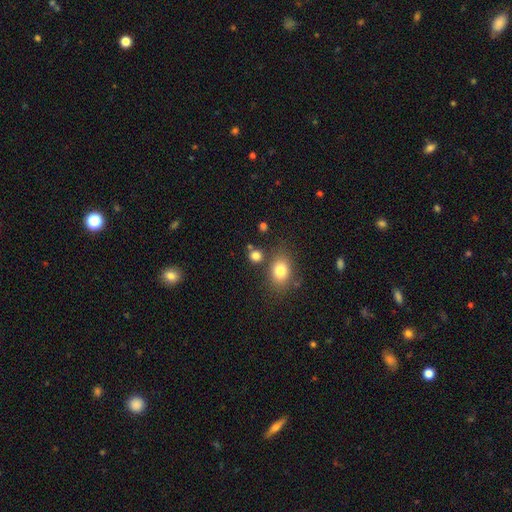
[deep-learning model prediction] A smooth galaxy with no disk features (80%) that is round (71%). Merging: none (73%).